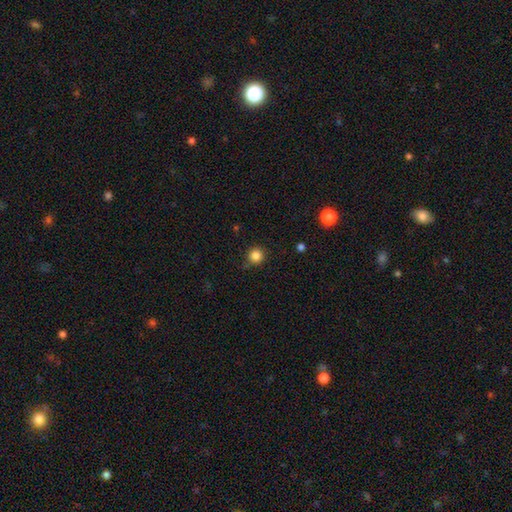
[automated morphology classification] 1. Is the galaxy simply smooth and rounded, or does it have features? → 84% smooth, 12% star or artifact, 4% featured or disk.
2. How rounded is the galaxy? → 94% round, 5% in between, 1% cigar-shaped.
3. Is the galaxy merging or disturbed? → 81% none, 13% minor disturbance, 3% major disturbance, 2% merger.